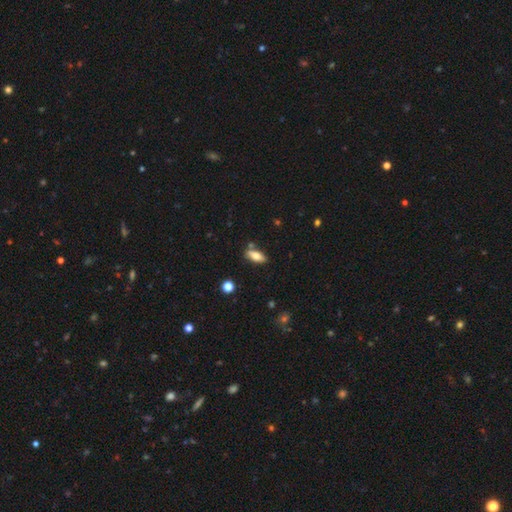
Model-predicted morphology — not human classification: Smooth or featured: smooth — 75% (featured or disk — 18%)
How rounded: in between — 79% (cigar-shaped — 18%)
Merging: none — 75% (minor disturbance — 13%)